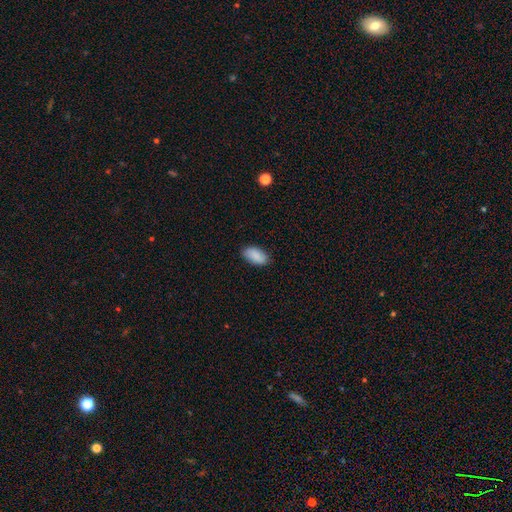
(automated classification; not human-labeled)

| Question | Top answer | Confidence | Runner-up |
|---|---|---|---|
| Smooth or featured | smooth | 88% | star or artifact (6%) |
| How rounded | in between | 94% | round (4%) |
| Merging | none | 86% | minor disturbance (11%) |